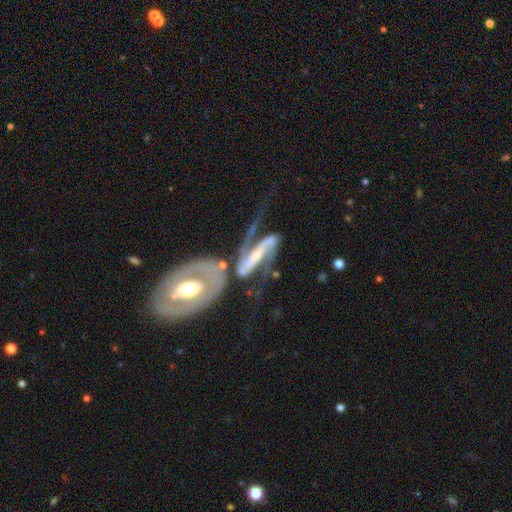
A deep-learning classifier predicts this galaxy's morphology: Smooth or featured: featured or disk — 88% (smooth — 8%)
Edge-on disk: no — 91% (yes — 9%)
Bar: strong — 59% (weak — 24%)
Spiral arms: yes — 94% (no — 6%)
Spiral winding: loose — 52% (medium — 34%)
Spiral arm count: 2 — 84% (1 — 10%)
Bulge size: small — 50% (moderate — 31%)
Merging: none — 32% (major disturbance — 26%)